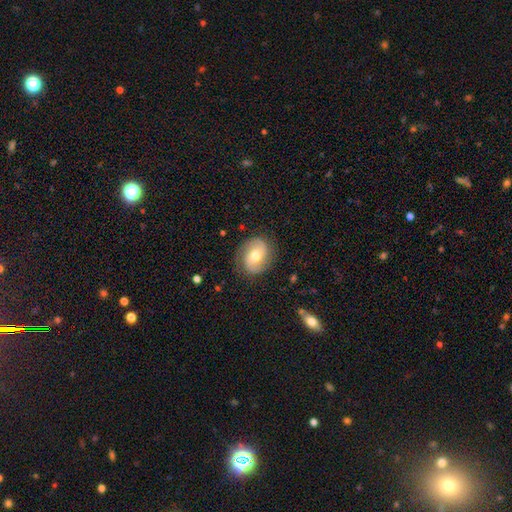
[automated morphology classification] Smooth or featured? featured or disk (65%)
Edge-on disk? no (97%)
Bar? no (57%)
Spiral arms? yes (87%)
Spiral winding? medium (44%)
Spiral arm count? 2 (85%)
Bulge size? moderate (70%)
Merging? none (81%)